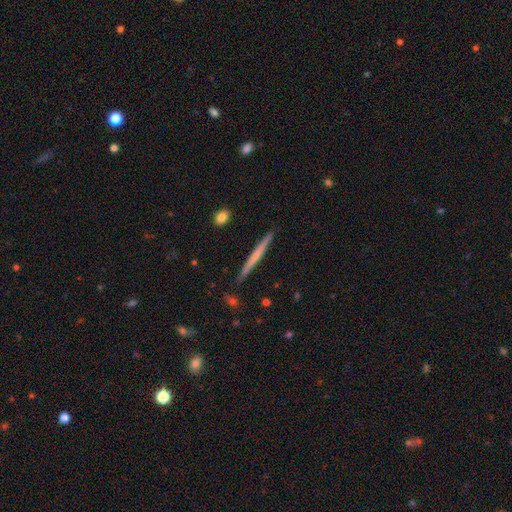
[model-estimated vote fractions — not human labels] Smooth or featured? Predicted: featured or disk (p=0.50). Edge-on disk? Predicted: yes (p=0.97). Merging? Predicted: none (p=0.91).